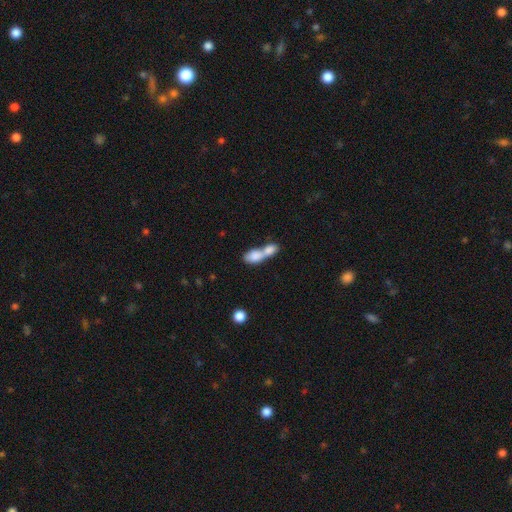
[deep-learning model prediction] Smooth or featured? smooth (76%)
How rounded? in between (74%)
Merging? merger (80%)